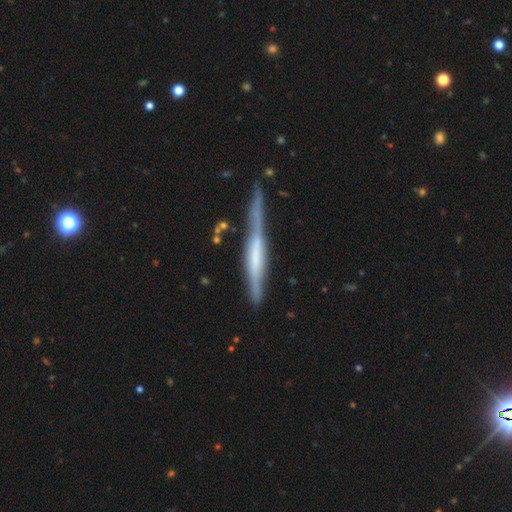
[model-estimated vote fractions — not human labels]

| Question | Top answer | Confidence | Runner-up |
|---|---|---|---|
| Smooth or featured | featured or disk | 68% | smooth (26%) |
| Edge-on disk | yes | 94% | no (6%) |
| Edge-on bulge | none | 44% | boxy (34%) |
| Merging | none | 66% | minor disturbance (23%) |